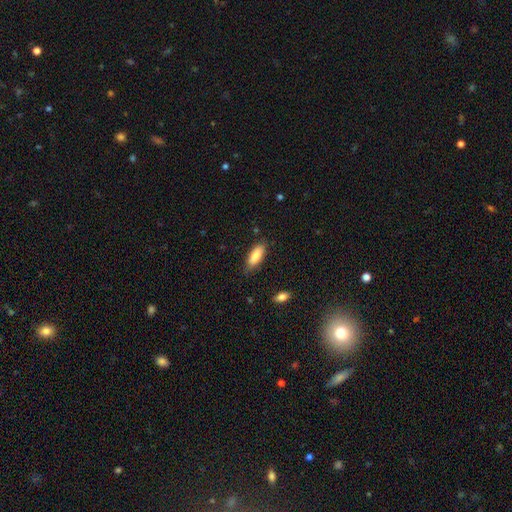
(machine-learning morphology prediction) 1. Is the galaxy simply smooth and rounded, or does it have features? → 85% smooth, 9% featured or disk, 6% star or artifact.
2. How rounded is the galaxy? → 72% in between, 26% cigar-shaped, 2% round.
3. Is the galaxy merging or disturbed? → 80% none, 16% minor disturbance, 3% major disturbance, 2% merger.